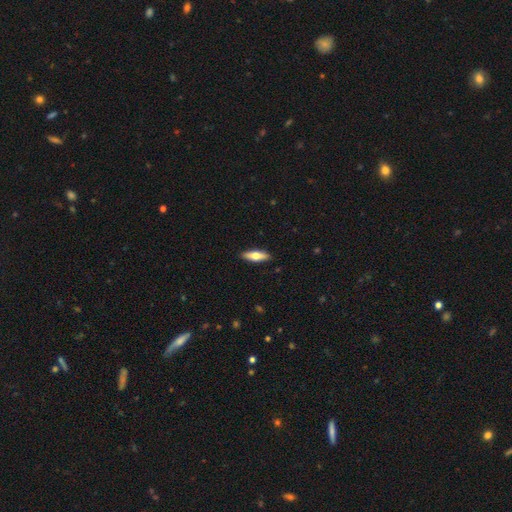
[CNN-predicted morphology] Overall: smooth (59%; featured or disk 35%). How rounded: in between (51%; cigar-shaped 46%). Merging: none (90%).